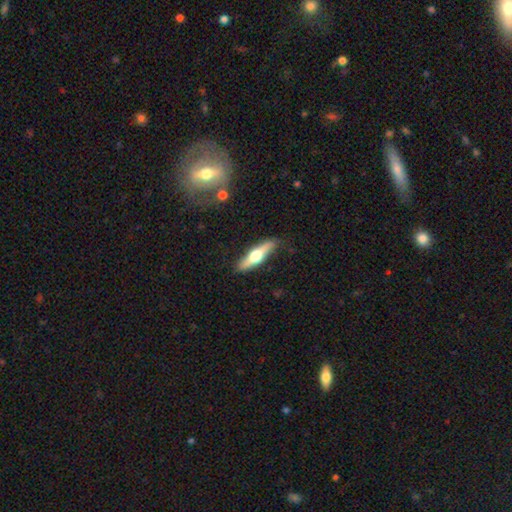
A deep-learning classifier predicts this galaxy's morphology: smooth_or_featured: featured or disk (p=0.59) [alt: smooth p=0.35]
disk_edge_on: yes (p=0.94) [alt: no p=0.06]
edge_on_bulge: rounded (p=0.95) [alt: boxy p=0.03]
merging: none (p=0.87) [alt: minor disturbance p=0.10]